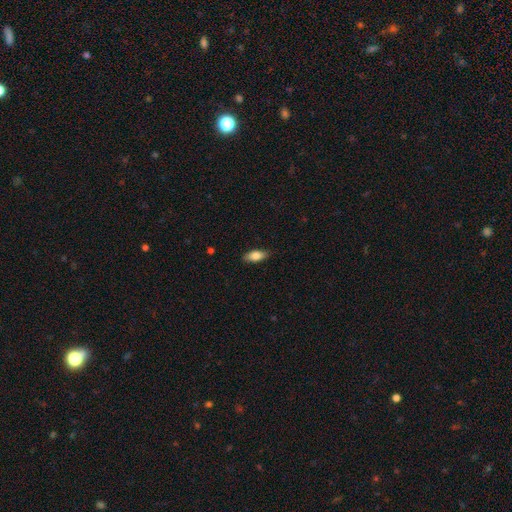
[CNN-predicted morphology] type=smooth (81%); roundness=in between (84%); merging=none (86%).